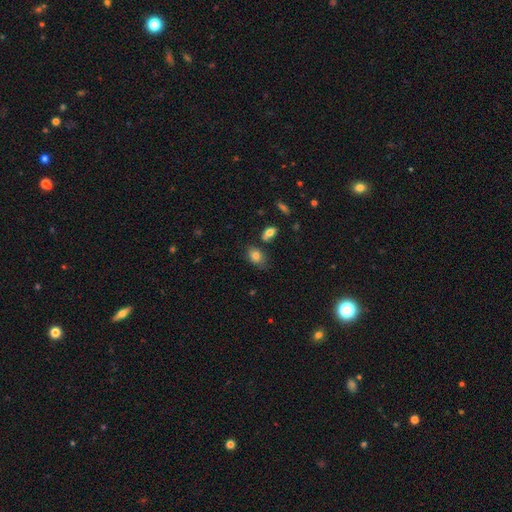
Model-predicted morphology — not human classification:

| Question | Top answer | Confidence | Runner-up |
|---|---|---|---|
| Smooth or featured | smooth | 80% | featured or disk (11%) |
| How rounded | in between | 79% | round (19%) |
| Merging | none | 65% | minor disturbance (20%) |